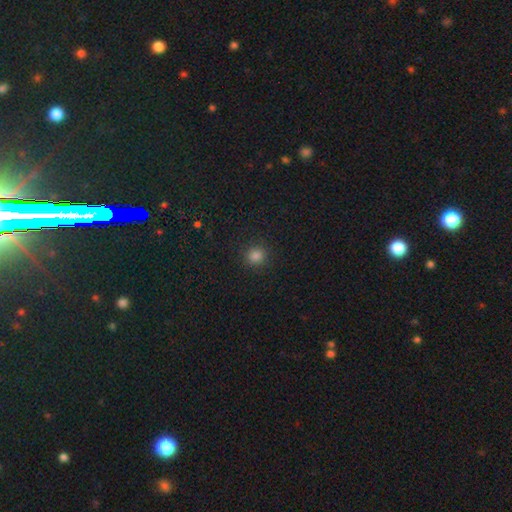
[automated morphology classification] A smooth galaxy with no disk features (83%) that is round (91%).

Vote fractions:
- Smooth or featured? smooth: 83% / star or artifact: 14% / featured or disk: 3%
- How rounded? round: 91% / in between: 8% / cigar-shaped: 1%
- Merging? none: 90% / minor disturbance: 6% / major disturbance: 2% / merger: 1%